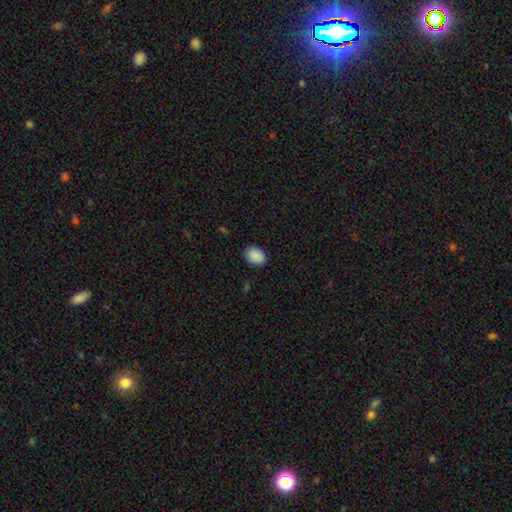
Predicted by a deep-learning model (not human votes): Smooth or featured? Predicted: smooth (p=0.90). How rounded? Predicted: in between (p=0.68). Merging? Predicted: none (p=0.87).